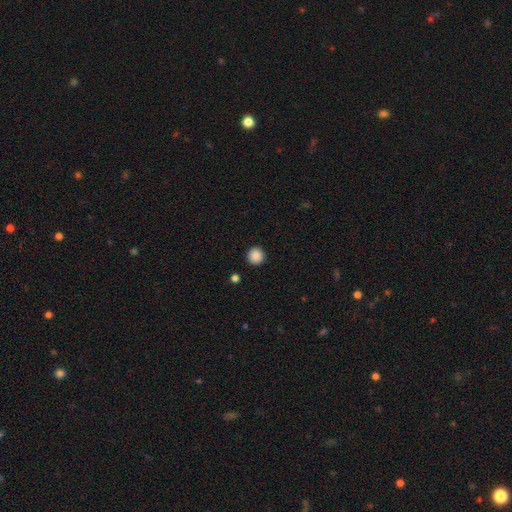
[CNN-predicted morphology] type=smooth (88%); roundness=round (96%); merging=none (92%).